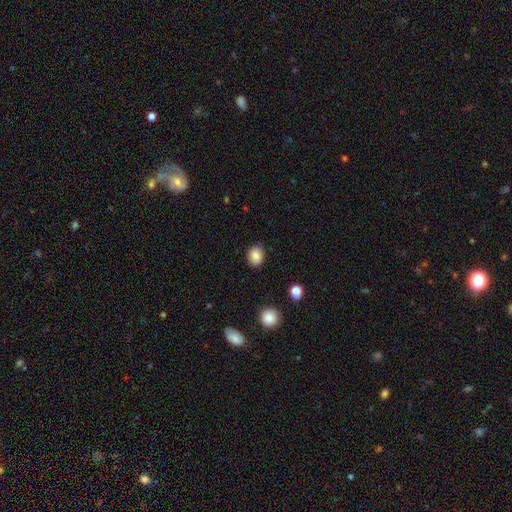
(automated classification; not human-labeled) Q: Smooth or featured?
A: smooth (86%); runner-up: star or artifact (9%)
Q: How rounded?
A: round (53%); runner-up: in between (46%)
Q: Merging?
A: none (86%); runner-up: minor disturbance (10%)